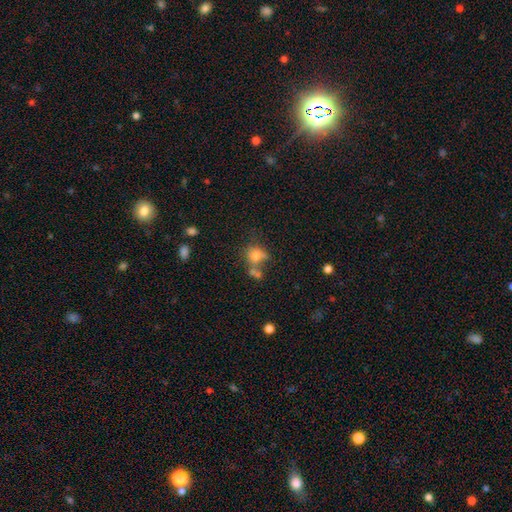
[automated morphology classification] Smooth or featured?
  - smooth: 70% *
  - featured or disk: 16%
  - star or artifact: 14%
How rounded?
  - round: 69% *
  - in between: 30%
  - cigar-shaped: 1%
Merging?
  - none: 40% *
  - merger: 35%
  - minor disturbance: 15%
  - major disturbance: 10%